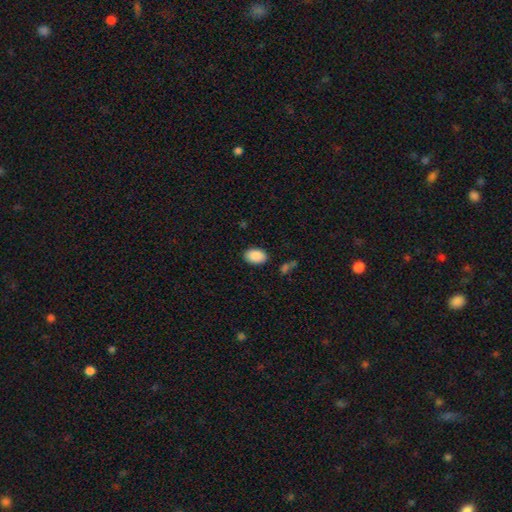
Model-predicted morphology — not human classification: smooth 89%, star or artifact 7%, featured or disk 4%. Down the decision tree: how rounded — in between (87%); merging — none (86%).